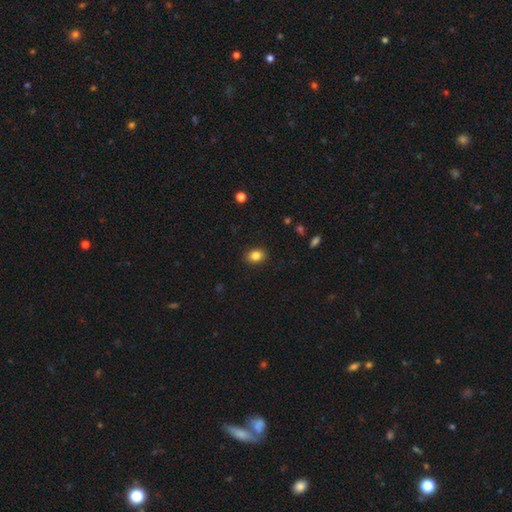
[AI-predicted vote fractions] smooth-or-featured: smooth: 85% | star or artifact: 9% | featured or disk: 5%
  how-rounded: in between: 68% | round: 31% | cigar-shaped: 1%
  merging: none: 89% | minor disturbance: 8% | major disturbance: 2% | merger: 1%